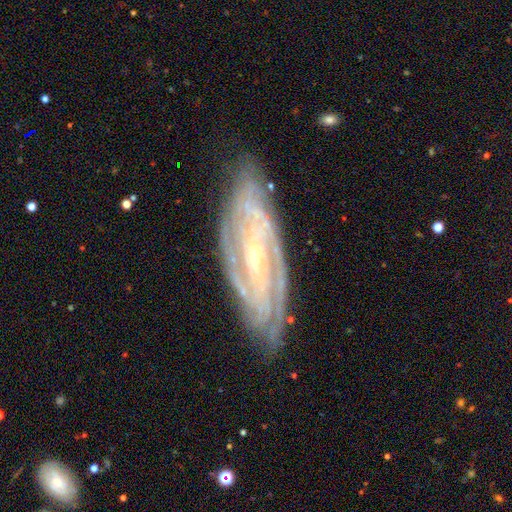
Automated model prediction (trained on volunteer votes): Morphology: type=featured or disk (88%); edge-on=no (88%); bar=strong (36%); spiral arms=yes (97%); winding=tight (69%); arm count=2 (29%); bulge=small (73%); merging=none (78%).